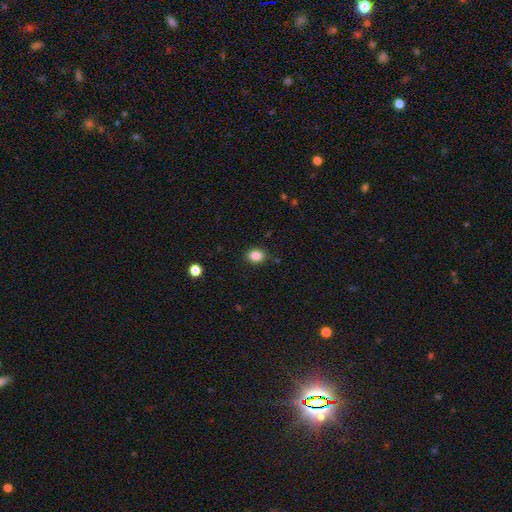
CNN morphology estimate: Q: Smooth or featured?
A: smooth (85%); runner-up: star or artifact (10%)
Q: How rounded?
A: round (57%); runner-up: in between (42%)
Q: Merging?
A: none (87%); runner-up: minor disturbance (9%)